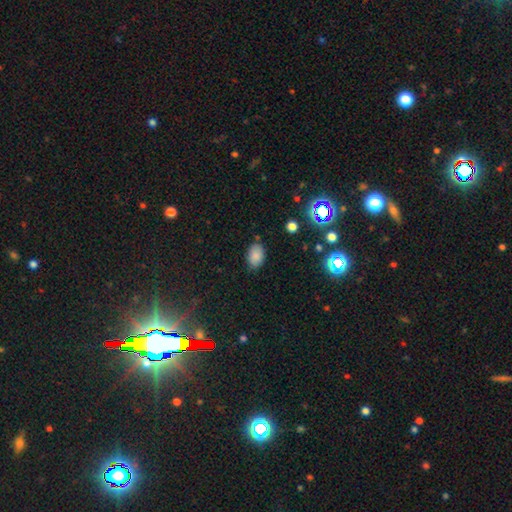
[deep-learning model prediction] Smooth or featured: smooth — 84% (star or artifact — 11%)
How rounded: in between — 87% (round — 12%)
Merging: none — 81% (minor disturbance — 14%)